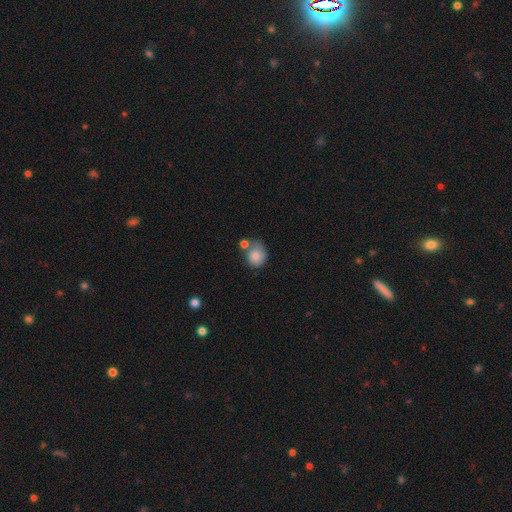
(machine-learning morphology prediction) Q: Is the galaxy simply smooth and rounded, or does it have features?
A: smooth — 83%.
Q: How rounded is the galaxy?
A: round — 65%.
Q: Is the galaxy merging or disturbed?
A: none — 43%.